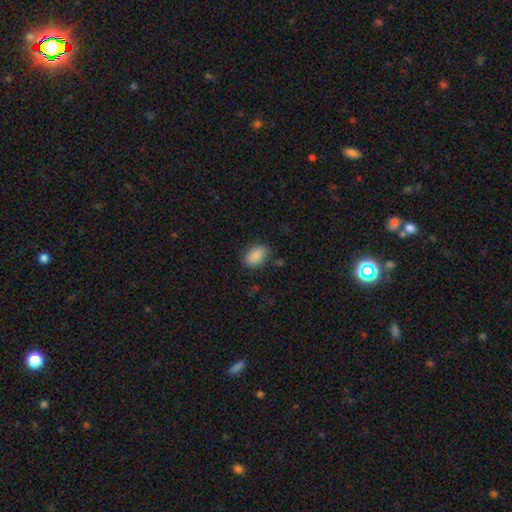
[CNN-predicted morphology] This is clearly a smooth galaxy (88%). How rounded: clearly in between (88%). Merging: likely none (78%).